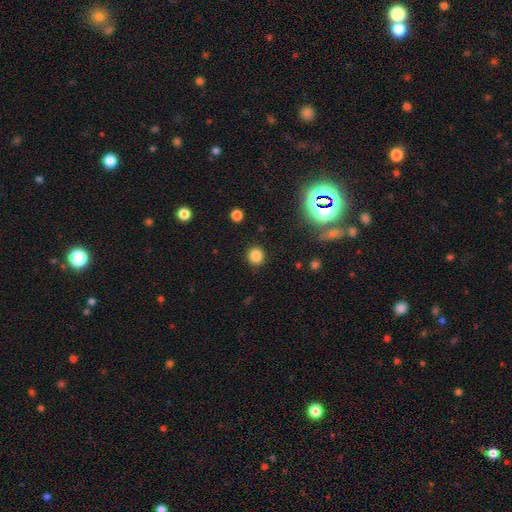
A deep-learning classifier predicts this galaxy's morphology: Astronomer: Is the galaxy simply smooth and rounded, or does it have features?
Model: smooth — 83%.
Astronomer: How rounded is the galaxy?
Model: round — 90%.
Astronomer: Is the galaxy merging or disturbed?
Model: none — 90%.